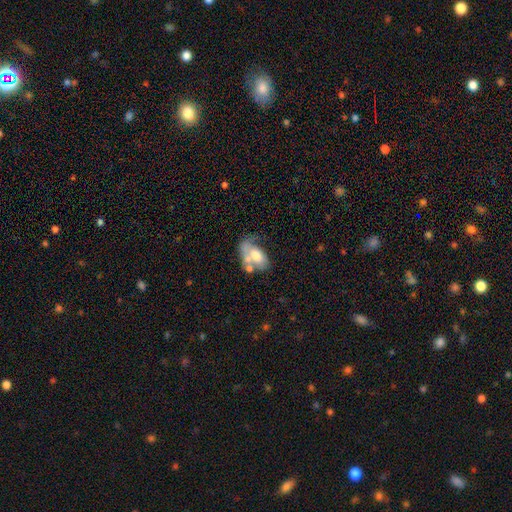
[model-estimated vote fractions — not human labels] Q: Smooth or featured?
A: smooth (52%); runner-up: featured or disk (41%)
Q: How rounded?
A: in between (89%); runner-up: round (8%)
Q: Merging?
A: merger (33%); runner-up: none (24%)